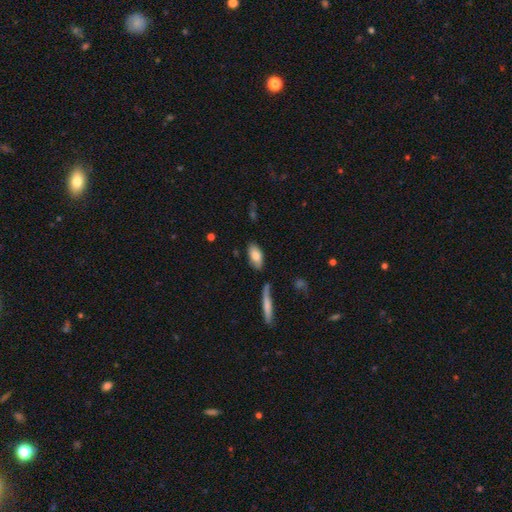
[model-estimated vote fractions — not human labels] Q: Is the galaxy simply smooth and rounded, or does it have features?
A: smooth — 78%.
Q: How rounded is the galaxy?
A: in between — 87%.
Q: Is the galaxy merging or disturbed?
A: none — 76%.